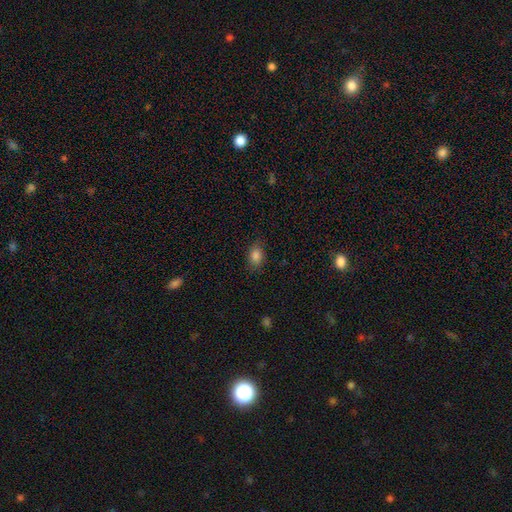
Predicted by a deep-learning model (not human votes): smooth_or_featured: smooth (p=0.84) [alt: star or artifact p=0.10]
how_rounded: in between (p=0.80) [alt: round p=0.18]
merging: none (p=0.81) [alt: minor disturbance p=0.14]